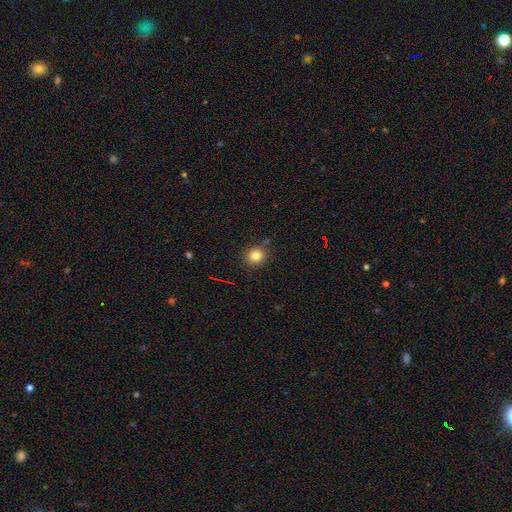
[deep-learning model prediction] A smooth galaxy with no disk features (81%) that is round (89%).

Vote fractions:
- Smooth or featured? smooth: 81% / star or artifact: 13% / featured or disk: 6%
- How rounded? round: 89% / in between: 10% / cigar-shaped: 1%
- Merging? none: 87% / minor disturbance: 8% / merger: 2% / major disturbance: 2%